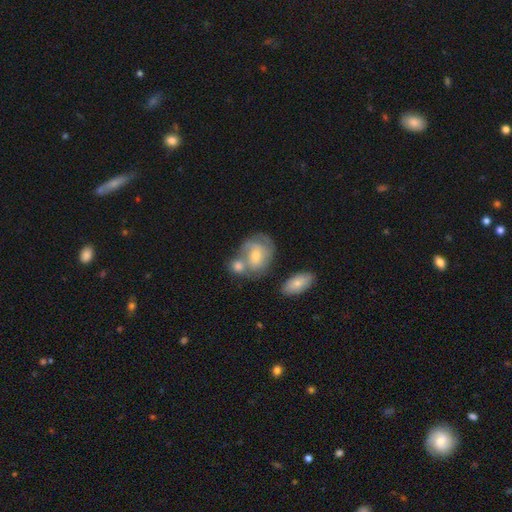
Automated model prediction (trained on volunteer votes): smooth_or_featured: featured or disk (p=0.55) [alt: smooth p=0.38]
disk_edge_on: no (p=0.96) [alt: yes p=0.04]
bar: no (p=0.63) [alt: weak p=0.31]
has_spiral_arms: yes (p=0.73) [alt: no p=0.27]
bulge_size: moderate (p=0.48) [alt: small p=0.46]
merging: merger (p=0.43) [alt: none p=0.35]